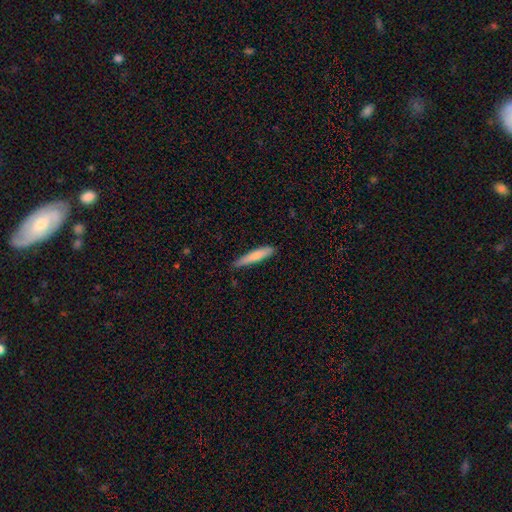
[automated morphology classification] smooth-or-featured: smooth: 74% | featured or disk: 21% | star or artifact: 6%
  how-rounded: cigar-shaped: 91% | in between: 8% | round: 1%
  merging: none: 82% | minor disturbance: 15% | major disturbance: 2% | merger: 1%